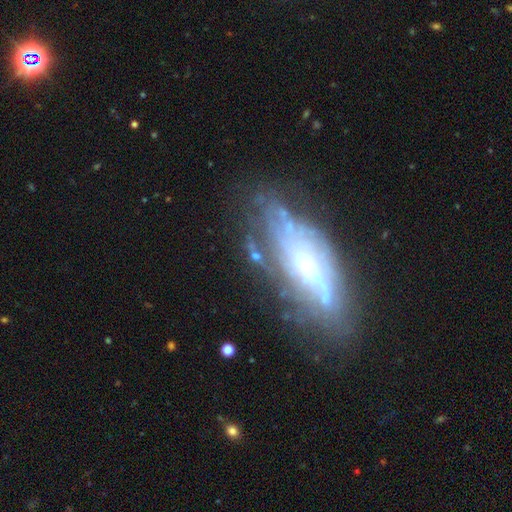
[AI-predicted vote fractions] smooth-or-featured: featured or disk: 62% | smooth: 22% | star or artifact: 16%
  disk-edge-on: no: 79% | yes: 21%
  merging: none: 57% | minor disturbance: 18% | major disturbance: 17% | merger: 8%